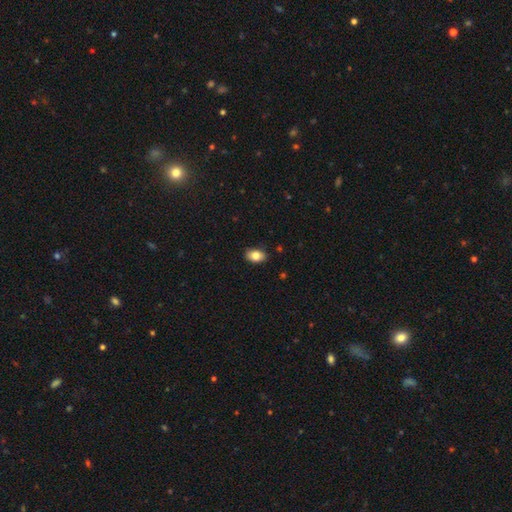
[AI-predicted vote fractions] This appears to be a smooth galaxy with no disk features (82%) that is in between round and cigar-shaped (86%). Merging: none (87%).